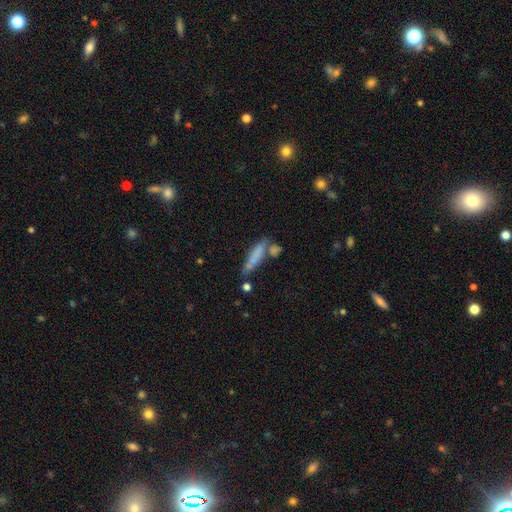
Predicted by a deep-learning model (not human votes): Q: Smooth or featured?
A: smooth (68%); runner-up: featured or disk (22%)
Q: How rounded?
A: cigar-shaped (78%); runner-up: in between (20%)
Q: Merging?
A: none (50%); runner-up: merger (23%)